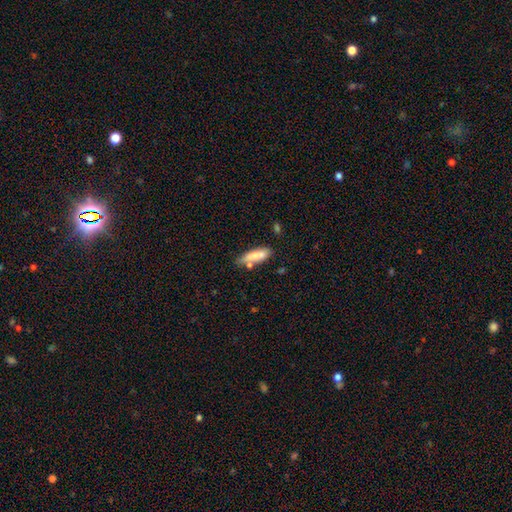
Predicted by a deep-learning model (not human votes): This appears to be a smooth galaxy with no disk features (74%) that is cigar-shaped (53%). Merging: none (60%).